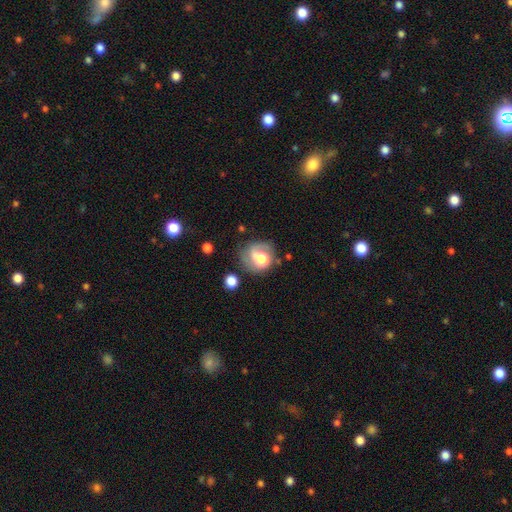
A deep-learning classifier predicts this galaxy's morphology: A featured or disk galaxy (48%). Merging: none (51%).